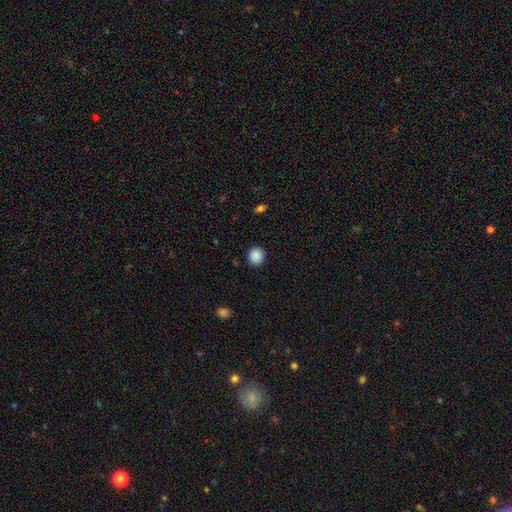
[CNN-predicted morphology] Smooth or featured? smooth (89%)
How rounded? round (89%)
Merging? none (91%)